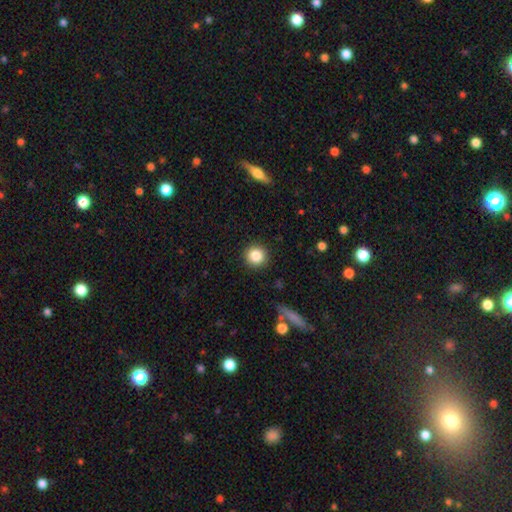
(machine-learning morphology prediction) smooth_or_featured: smooth (p=0.85) [alt: star or artifact p=0.10]
how_rounded: round (p=0.93) [alt: in between p=0.06]
merging: none (p=0.91) [alt: minor disturbance p=0.06]